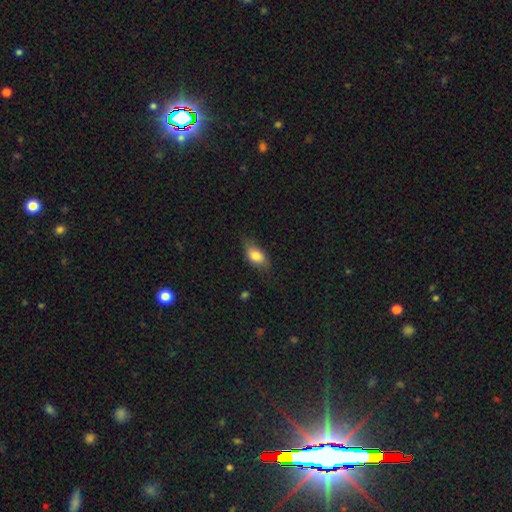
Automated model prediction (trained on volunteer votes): A smooth galaxy with no disk features (78%) that is in between round and cigar-shaped (85%). Merging: none (71%).